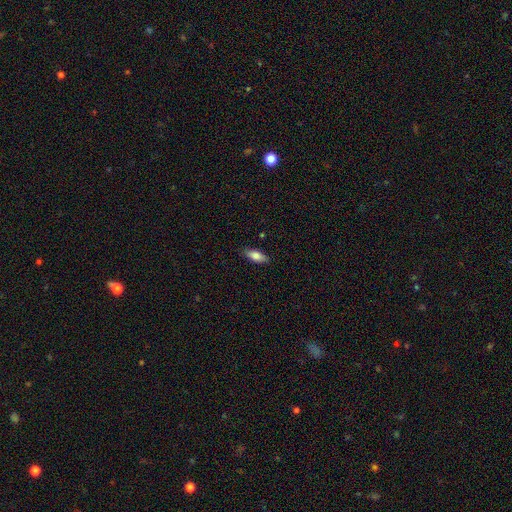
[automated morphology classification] smooth_or_featured: smooth (p=0.76) [alt: featured or disk p=0.18]
how_rounded: in between (p=0.75) [alt: cigar-shaped p=0.23]
merging: none (p=0.87) [alt: minor disturbance p=0.10]